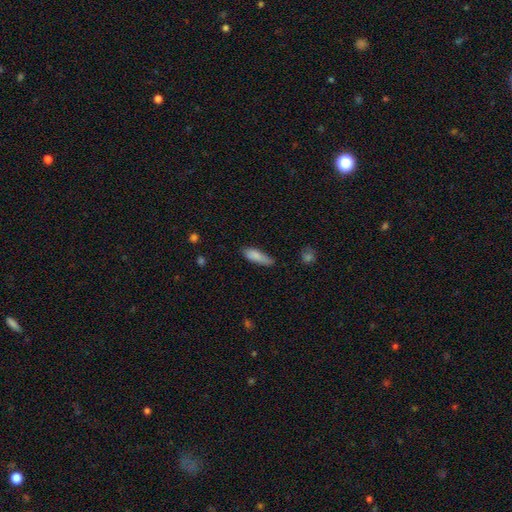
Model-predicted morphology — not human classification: Overall: smooth (84%). How rounded: in between (52%; cigar-shaped 46%). Merging: none (56%; minor disturbance 33%).